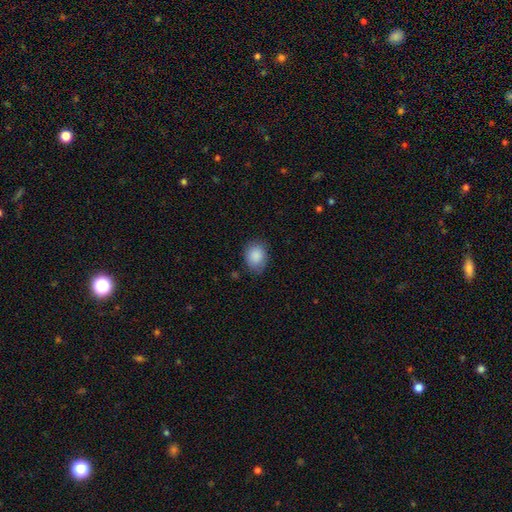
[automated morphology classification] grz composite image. It shows a smooth galaxy with no disk features (88%) that is in between round and cigar-shaped (56%). Merging: none (77%).